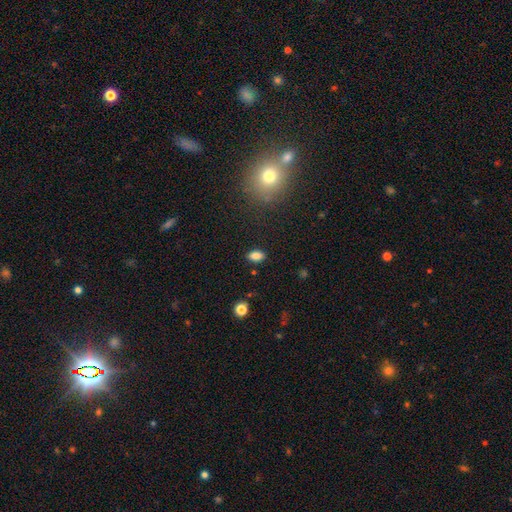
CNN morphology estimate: smooth-or-featured: smooth: 83% | star or artifact: 10% | featured or disk: 7%
  how-rounded: in between: 88% | round: 9% | cigar-shaped: 3%
  merging: none: 86% | minor disturbance: 10% | major disturbance: 2% | merger: 2%